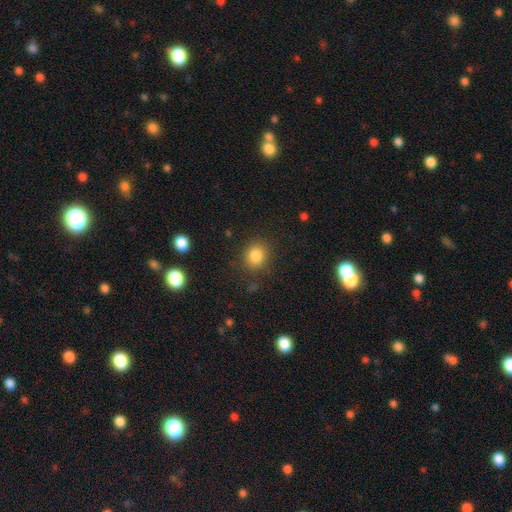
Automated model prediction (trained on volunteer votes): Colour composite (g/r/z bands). It shows a smooth galaxy with no disk features (84%) that is round (68%). Merging: none (85%).